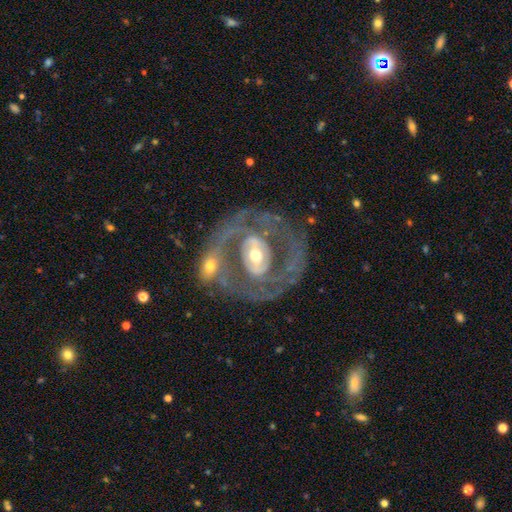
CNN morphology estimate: Smooth or featured? Predicted: featured or disk (p=0.82). Edge-on disk? Predicted: no (p=0.96). Bar? Predicted: no (p=0.36). Spiral arms? Predicted: yes (p=0.74). Spiral winding? Predicted: tight (p=0.44). Spiral arm count? Predicted: 2 (p=0.66). Bulge size? Predicted: moderate (p=0.59). Merging? Predicted: none (p=0.54).